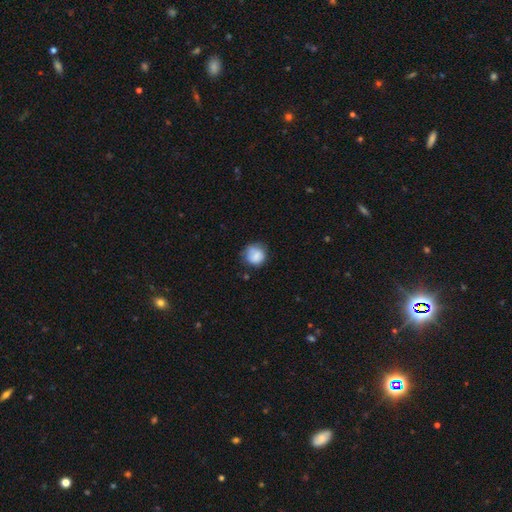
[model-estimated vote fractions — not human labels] smooth_or_featured: smooth (p=0.79) [alt: featured or disk p=0.12]
how_rounded: round (p=0.85) [alt: in between p=0.14]
merging: none (p=0.63) [alt: minor disturbance p=0.26]